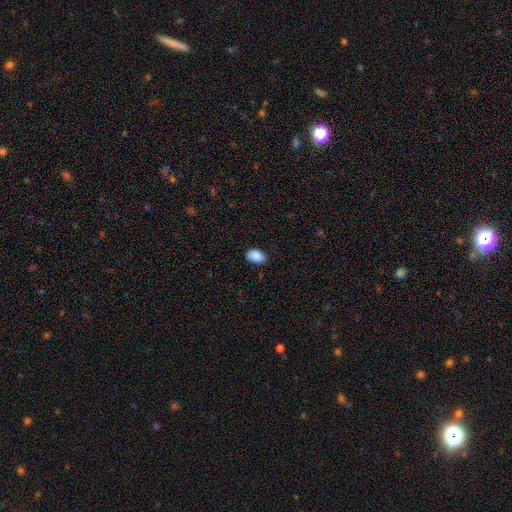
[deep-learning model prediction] smooth-or-featured: smooth: 89% | star or artifact: 7% | featured or disk: 4%
  how-rounded: in between: 88% | round: 11% | cigar-shaped: 1%
  merging: none: 83% | minor disturbance: 13% | major disturbance: 2% | merger: 1%